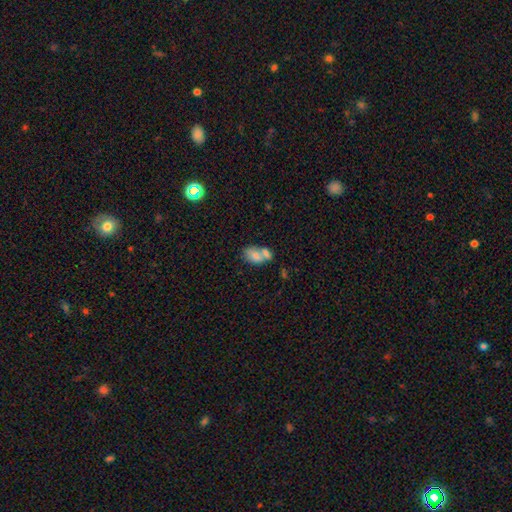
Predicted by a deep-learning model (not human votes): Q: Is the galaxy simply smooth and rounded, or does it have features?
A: smooth — 69%.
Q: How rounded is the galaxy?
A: in between — 82%.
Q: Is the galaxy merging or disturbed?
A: merger — 54%.